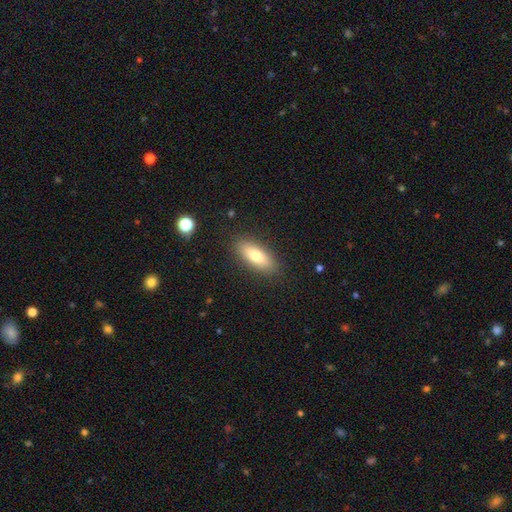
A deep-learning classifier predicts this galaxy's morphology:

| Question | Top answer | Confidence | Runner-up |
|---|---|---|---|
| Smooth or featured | smooth | 74% | featured or disk (19%) |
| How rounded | in between | 71% | cigar-shaped (26%) |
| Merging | none | 87% | minor disturbance (9%) |